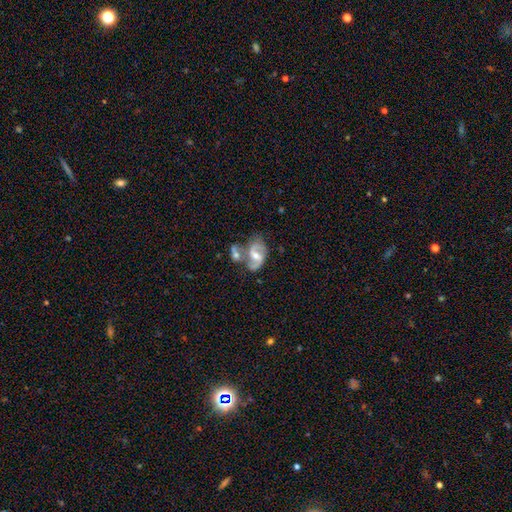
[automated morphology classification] This appears to be a featured or disk galaxy (79%) with a weak bar (50%), 2 (87%) medium (50%) spiral arms (91%) and a moderate central bulge (61%). Merging: none (39%).